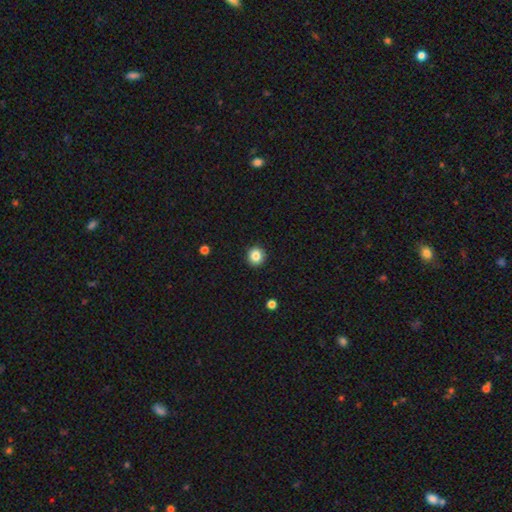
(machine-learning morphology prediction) The model was most divided on "smooth or featured": smooth: 85%, star or artifact: 10%, featured or disk: 5%. More confident: merging — none (92%); how rounded — round (91%).